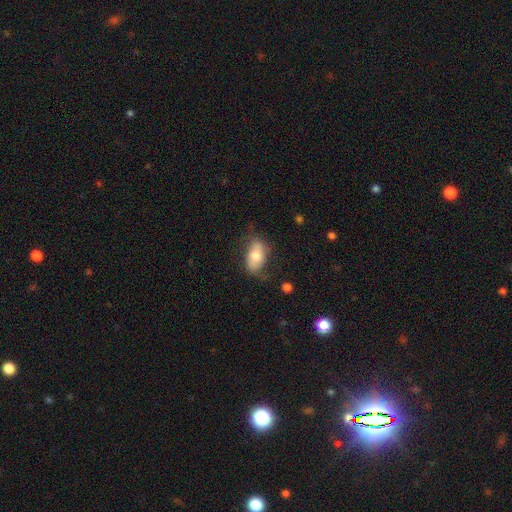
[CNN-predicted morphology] type=smooth (65%); roundness=in between (91%); merging=none (63%).